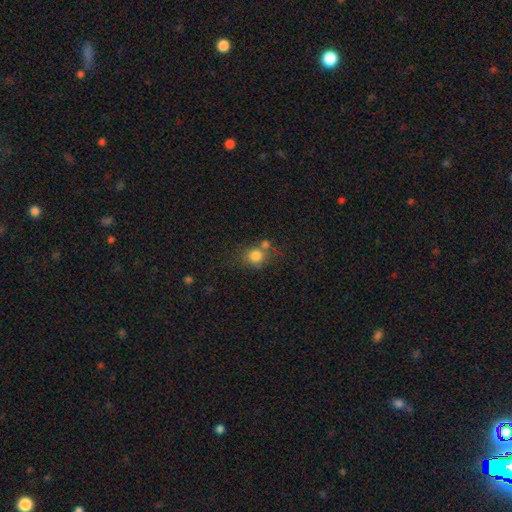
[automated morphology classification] Smooth or featured?
  - smooth: 80% *
  - star or artifact: 11%
  - featured or disk: 9%
How rounded?
  - round: 78% *
  - in between: 21%
  - cigar-shaped: 1%
Merging?
  - none: 53% *
  - merger: 27%
  - minor disturbance: 14%
  - major disturbance: 6%